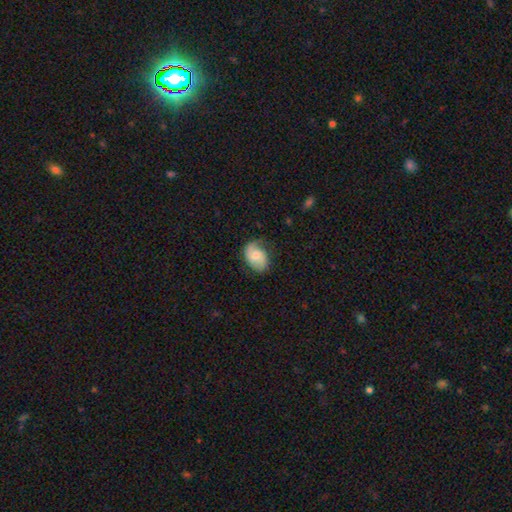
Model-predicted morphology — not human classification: This appears to be a smooth galaxy with no disk features (51%) that is in between round and cigar-shaped (79%). Merging: none (60%).